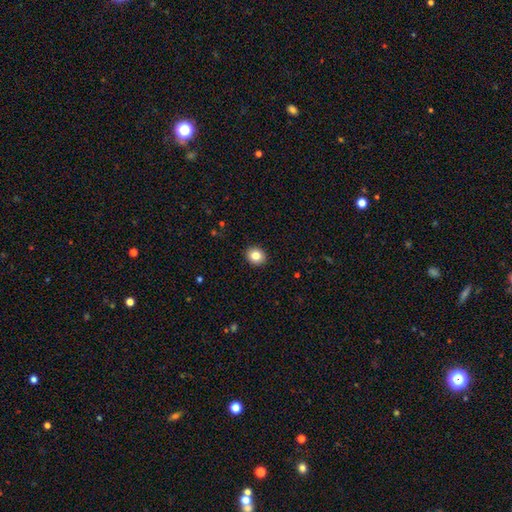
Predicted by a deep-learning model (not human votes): Q: Smooth or featured?
A: smooth (83%); runner-up: star or artifact (10%)
Q: How rounded?
A: round (71%); runner-up: in between (29%)
Q: Merging?
A: none (92%); runner-up: minor disturbance (5%)